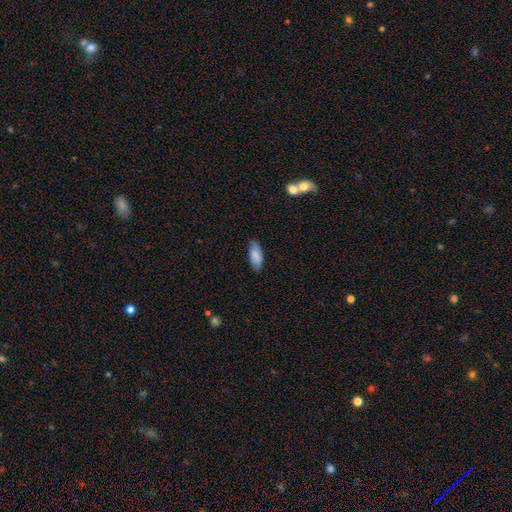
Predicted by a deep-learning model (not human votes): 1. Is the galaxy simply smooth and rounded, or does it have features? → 82% smooth, 11% featured or disk, 6% star or artifact.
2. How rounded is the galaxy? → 79% in between, 19% cigar-shaped, 2% round.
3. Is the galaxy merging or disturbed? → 82% none, 15% minor disturbance, 3% major disturbance, 1% merger.